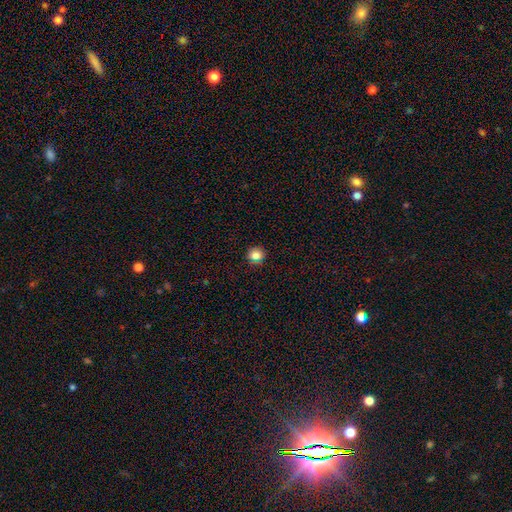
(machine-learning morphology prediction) Smooth or featured? smooth (80%)
How rounded? round (92%)
Merging? none (89%)